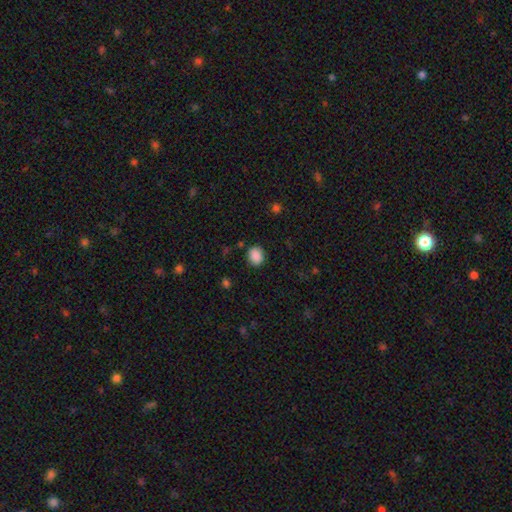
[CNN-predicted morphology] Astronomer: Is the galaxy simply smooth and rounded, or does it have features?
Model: smooth — 88%.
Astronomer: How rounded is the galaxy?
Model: round — 58% (runner-up: in between, 41%).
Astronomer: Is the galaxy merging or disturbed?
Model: none — 85%.